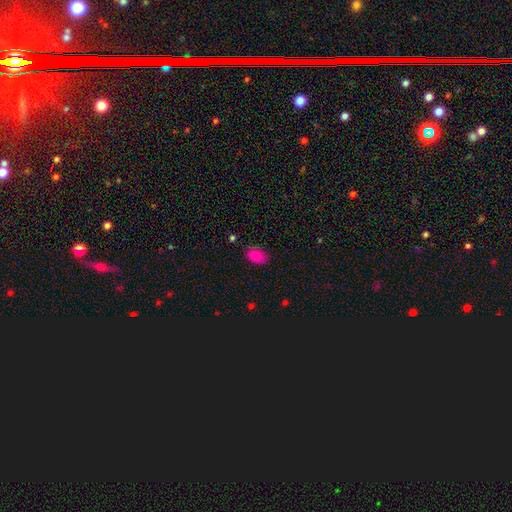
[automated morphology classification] This is clearly a smooth galaxy (86%). How rounded: clearly in between (89%). Merging: likely none (80%).